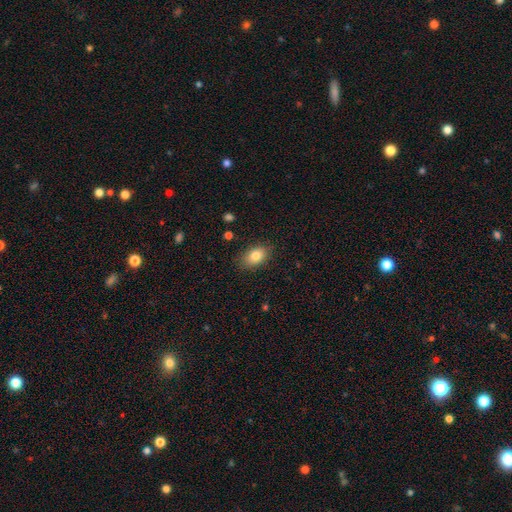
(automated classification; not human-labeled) Q: Smooth or featured?
A: smooth (82%); runner-up: featured or disk (10%)
Q: How rounded?
A: in between (88%); runner-up: round (11%)
Q: Merging?
A: none (86%); runner-up: minor disturbance (11%)